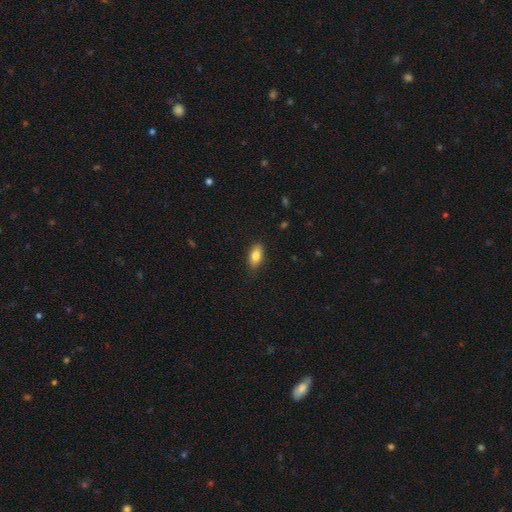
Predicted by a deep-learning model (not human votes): This appears to be a smooth galaxy with no disk features (81%) that is in between round and cigar-shaped (87%). Merging: none (82%).